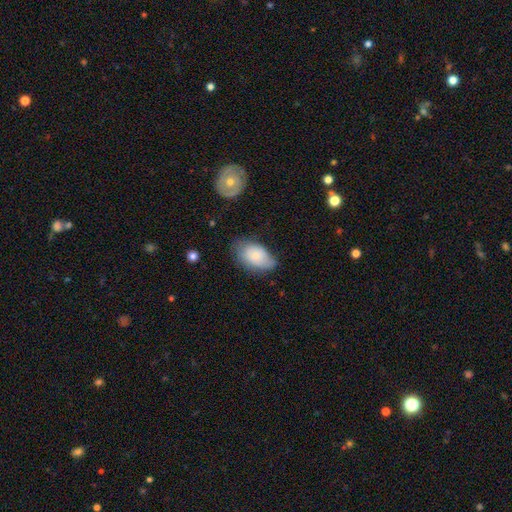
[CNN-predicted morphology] smooth 69%, featured or disk 24%, star or artifact 7%. Down the decision tree: how rounded — in between (92%); merging — none (58%).